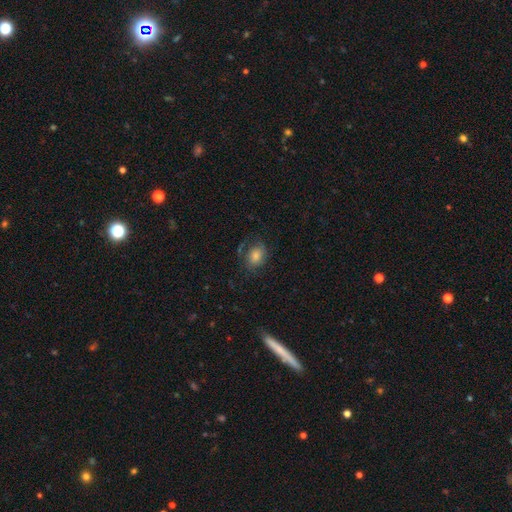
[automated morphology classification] type=smooth (64%); roundness=in between (57%); merging=none (67%).